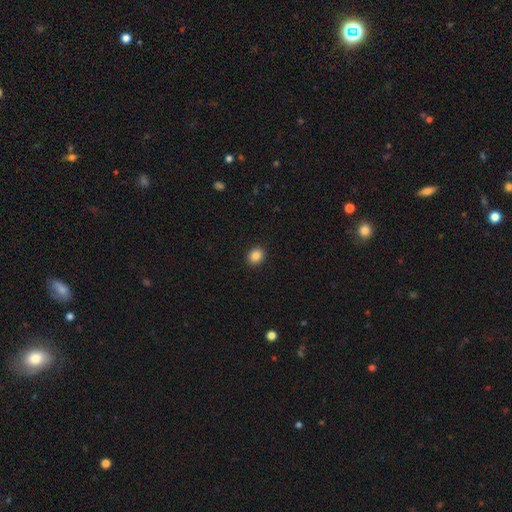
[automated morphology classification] Smooth or featured? Predicted: smooth (p=0.86). How rounded? Predicted: round (p=0.60). Merging? Predicted: none (p=0.91).